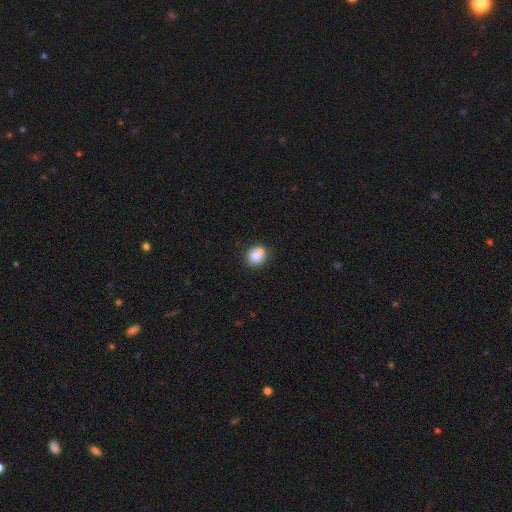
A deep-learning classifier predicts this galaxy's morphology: A smooth galaxy with no disk features (78%) that is round (77%). Merging: none (53%).